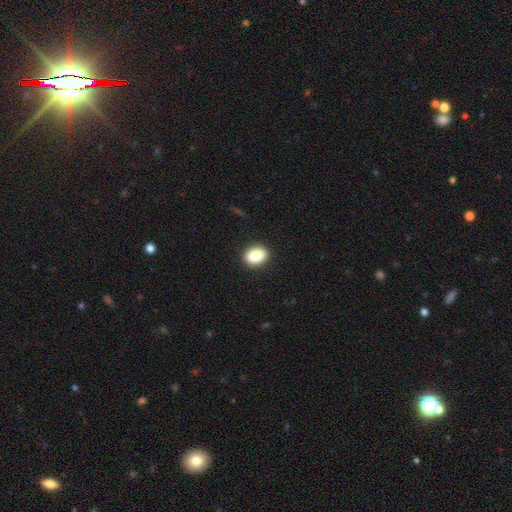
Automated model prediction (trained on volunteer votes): smooth_or_featured: smooth (p=0.88) [alt: star or artifact p=0.08]
how_rounded: in between (p=0.71) [alt: round p=0.27]
merging: none (p=0.89) [alt: minor disturbance p=0.08]